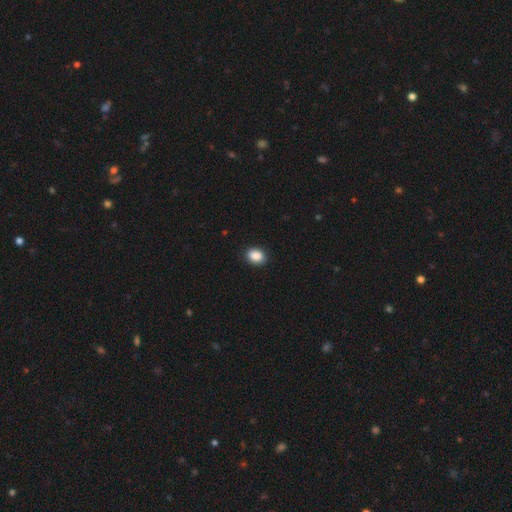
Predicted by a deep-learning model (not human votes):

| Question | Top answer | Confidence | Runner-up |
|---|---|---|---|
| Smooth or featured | smooth | 88% | star or artifact (8%) |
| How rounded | in between | 69% | round (30%) |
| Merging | none | 89% | minor disturbance (8%) |